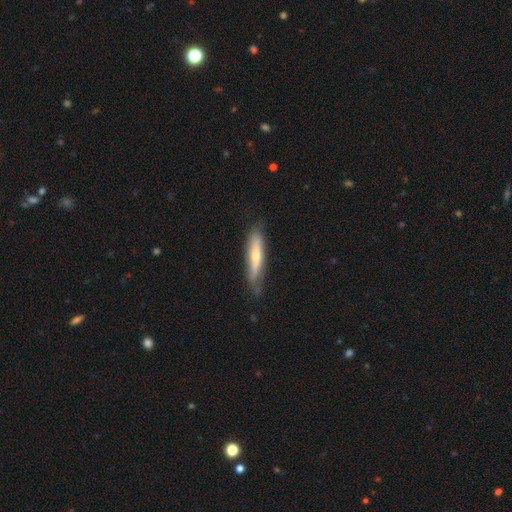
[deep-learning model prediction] smooth-or-featured: smooth: 49% | featured or disk: 45% | star or artifact: 6%
  merging: none: 70% | minor disturbance: 24% | major disturbance: 5% | merger: 2%